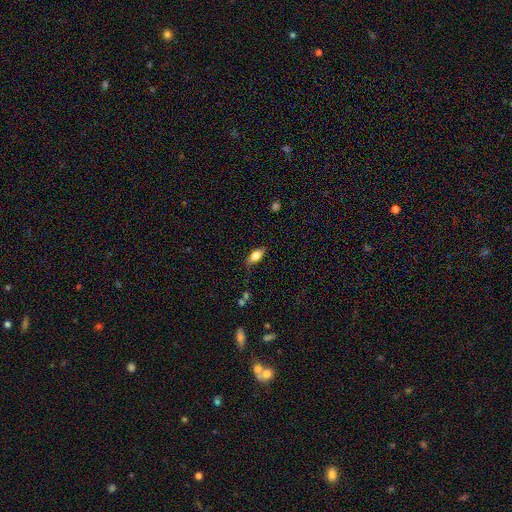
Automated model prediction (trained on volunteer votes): Smooth or featured?
  - smooth: 69% *
  - featured or disk: 23%
  - star or artifact: 8%
How rounded?
  - in between: 80% *
  - cigar-shaped: 16%
  - round: 4%
Merging?
  - none: 78% *
  - minor disturbance: 17%
  - major disturbance: 4%
  - merger: 2%